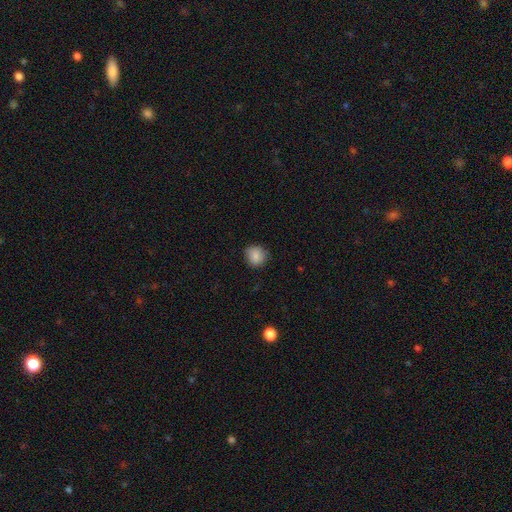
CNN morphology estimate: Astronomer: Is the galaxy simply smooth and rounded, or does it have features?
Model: smooth — 86%.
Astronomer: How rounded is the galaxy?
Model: round — 87%.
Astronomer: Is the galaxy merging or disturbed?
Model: none — 84%.